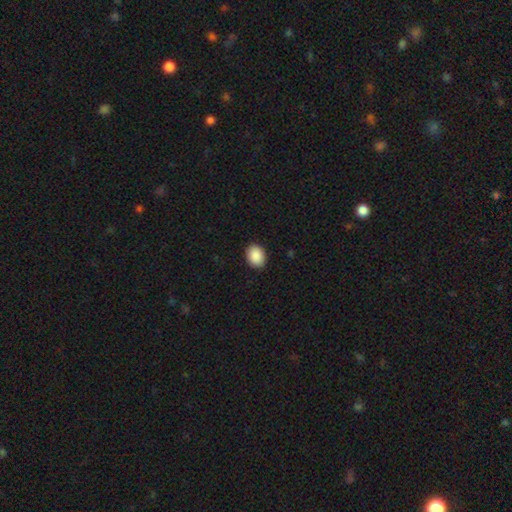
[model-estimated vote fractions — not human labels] smooth-or-featured: smooth: 90% | star or artifact: 7% | featured or disk: 3%
  how-rounded: in between: 64% | round: 35% | cigar-shaped: 1%
  merging: none: 90% | minor disturbance: 7% | major disturbance: 2% | merger: 1%